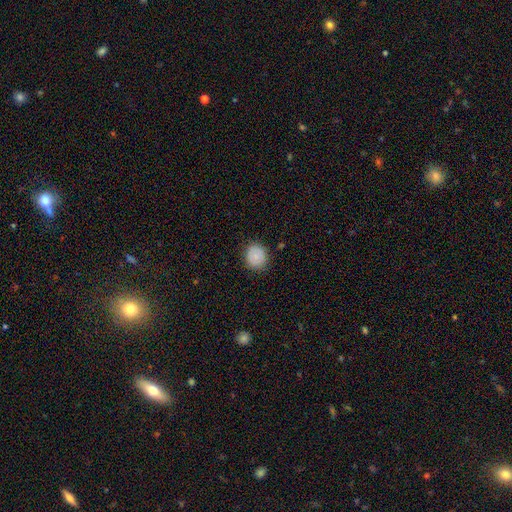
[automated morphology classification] This is clearly a smooth galaxy (86%). How rounded: likely round (79%). Merging: clearly none (87%).